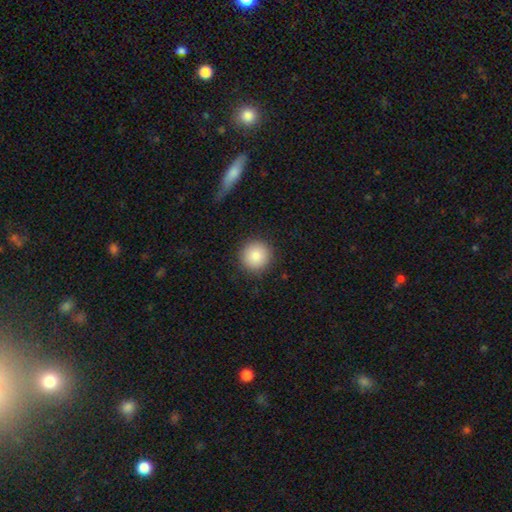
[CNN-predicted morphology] smooth 85%, star or artifact 8%, featured or disk 6%. Down the decision tree: how rounded — round (94%); merging — none (90%).